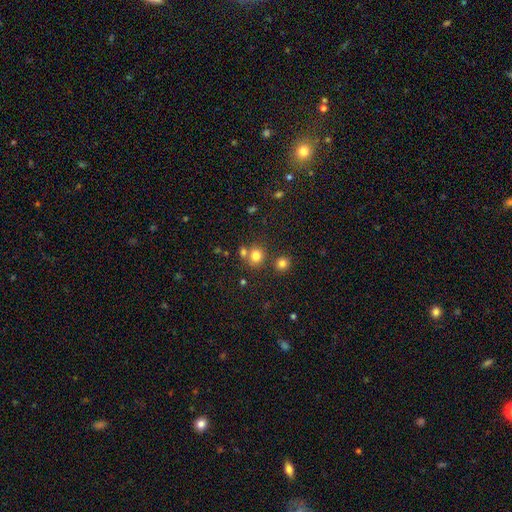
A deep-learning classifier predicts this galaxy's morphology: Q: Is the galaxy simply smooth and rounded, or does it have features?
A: smooth — 78%.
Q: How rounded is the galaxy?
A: round — 84%.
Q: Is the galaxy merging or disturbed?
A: none — 64%.